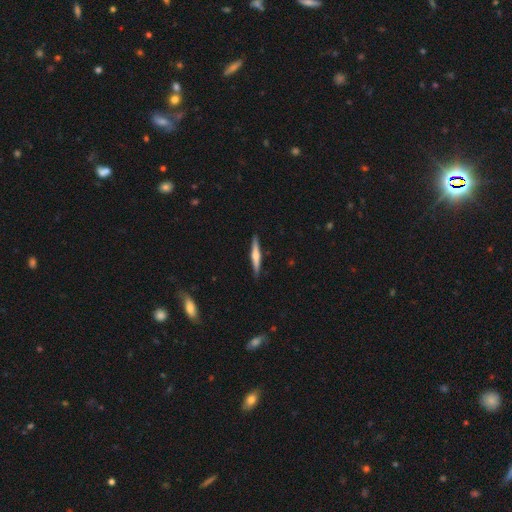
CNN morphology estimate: This appears to be a featured or disk galaxy (58%) viewed edge-on (97%) with a rounded central bulge (80%). Merging: none (90%).